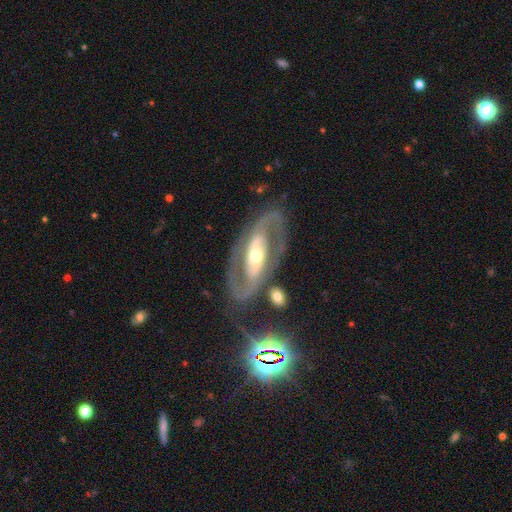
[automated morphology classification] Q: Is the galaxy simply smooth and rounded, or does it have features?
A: featured or disk — 85%.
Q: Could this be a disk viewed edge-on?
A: no — 93%.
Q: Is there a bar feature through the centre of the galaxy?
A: strong — 39%.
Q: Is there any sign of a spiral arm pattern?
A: yes — 81%.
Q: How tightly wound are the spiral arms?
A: medium — 48%.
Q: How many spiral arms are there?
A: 2 — 86%.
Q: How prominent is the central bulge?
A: moderate — 57%.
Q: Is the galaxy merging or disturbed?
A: none — 75%.